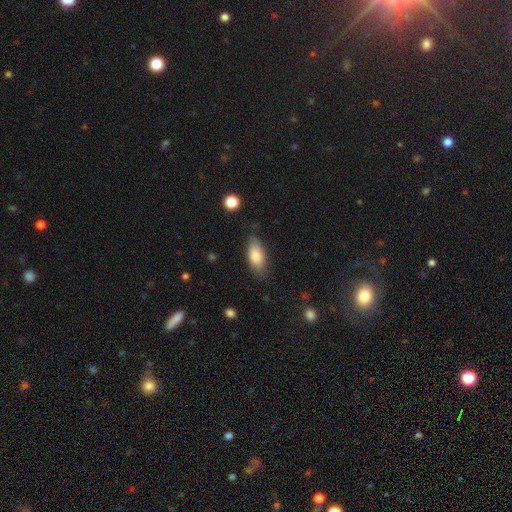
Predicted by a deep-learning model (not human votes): Smooth or featured? Predicted: smooth (p=0.81). How rounded? Predicted: in between (p=0.87). Merging? Predicted: none (p=0.75).